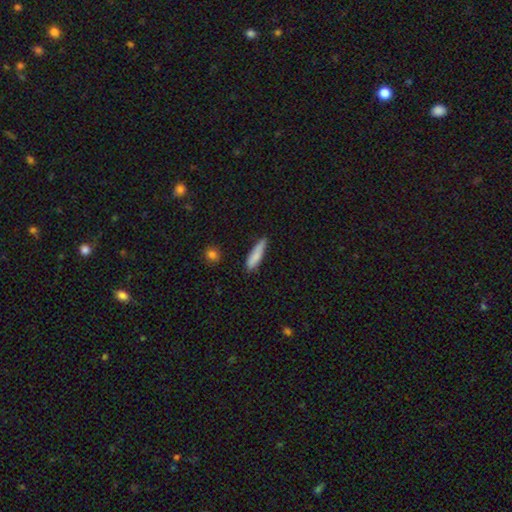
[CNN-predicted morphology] smooth-or-featured: smooth: 83% | featured or disk: 11% | star or artifact: 6%
  how-rounded: cigar-shaped: 78% | in between: 20% | round: 2%
  merging: none: 72% | minor disturbance: 23% | major disturbance: 4% | merger: 2%